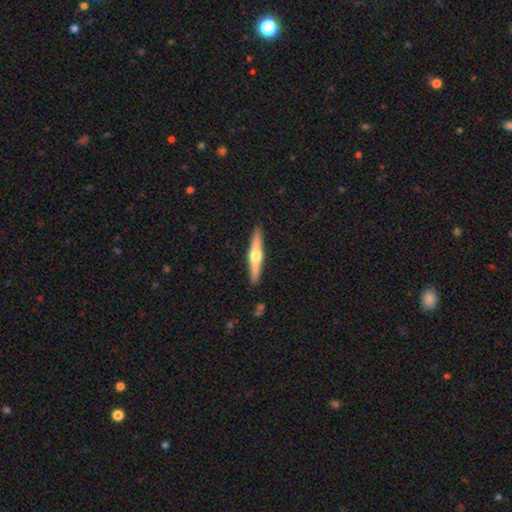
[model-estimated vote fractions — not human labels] Overall: featured or disk (60%; smooth 34%). Edge-on disk: yes (96%). Edge-on bulge: rounded (93%). Merging: none (91%).